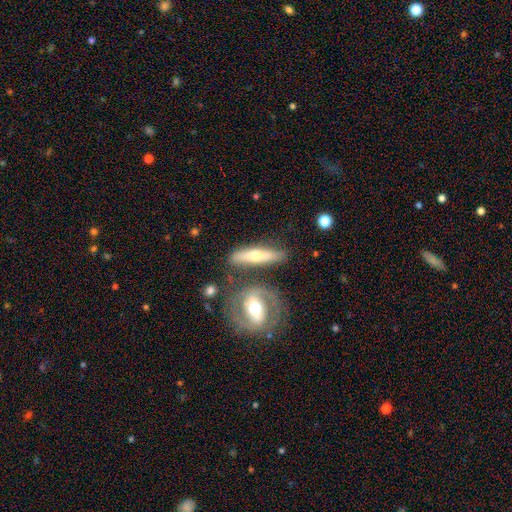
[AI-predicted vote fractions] smooth-or-featured: featured or disk: 57% | smooth: 37% | star or artifact: 6%
  disk-edge-on: yes: 67% | no: 33%
  merging: none: 70% | minor disturbance: 14% | merger: 12% | major disturbance: 4%